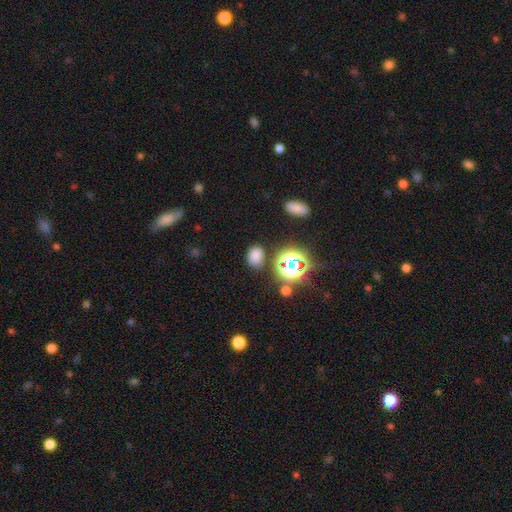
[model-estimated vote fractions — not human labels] Smooth or featured? Predicted: smooth (p=0.72). How rounded? Predicted: in between (p=0.61). Merging? Predicted: none (p=0.79).